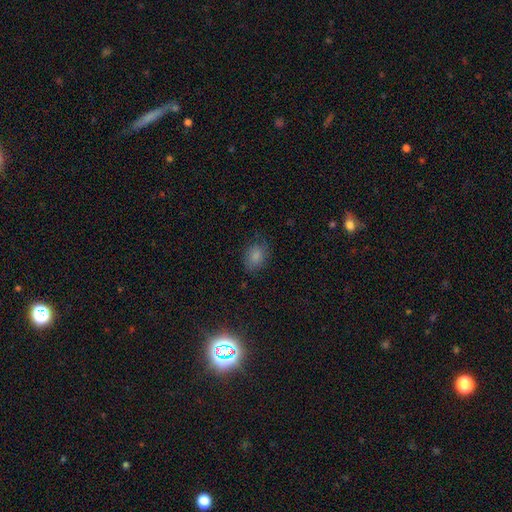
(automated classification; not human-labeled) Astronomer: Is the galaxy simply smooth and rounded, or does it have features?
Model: smooth — 79%.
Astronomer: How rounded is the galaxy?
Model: in between — 68%.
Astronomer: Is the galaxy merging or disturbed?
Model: none — 71%.